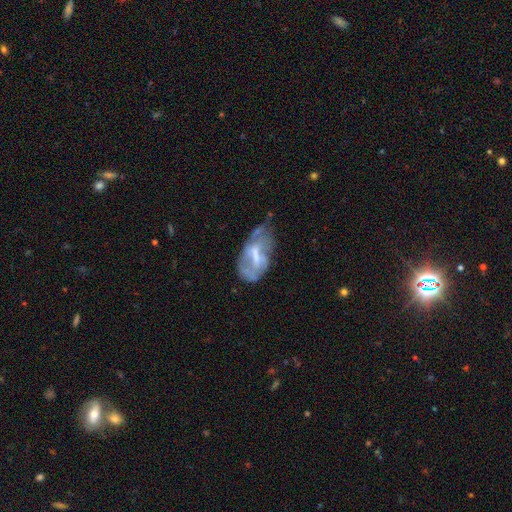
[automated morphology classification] smooth_or_featured: featured or disk (p=0.57) [alt: smooth p=0.35]
disk_edge_on: no (p=0.94) [alt: yes p=0.06]
bar: weak (p=0.44) [alt: no p=0.34]
has_spiral_arms: no (p=0.66) [alt: yes p=0.34]
bulge_size: moderate (p=0.36) [alt: small p=0.32]
merging: minor disturbance (p=0.33) [alt: none p=0.32]